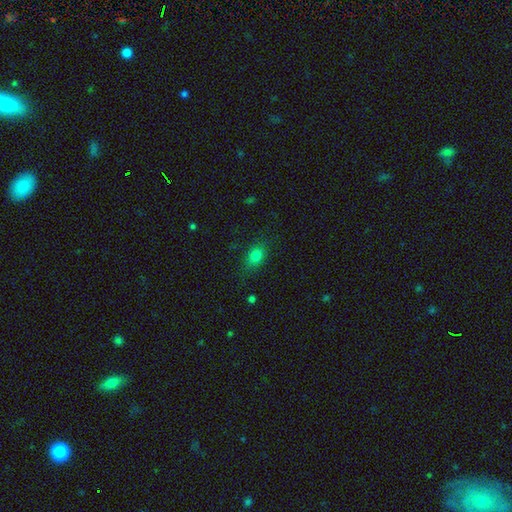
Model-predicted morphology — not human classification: Q: Smooth or featured?
A: smooth (80%); runner-up: star or artifact (12%)
Q: How rounded?
A: in between (71%); runner-up: round (25%)
Q: Merging?
A: none (80%); runner-up: minor disturbance (15%)